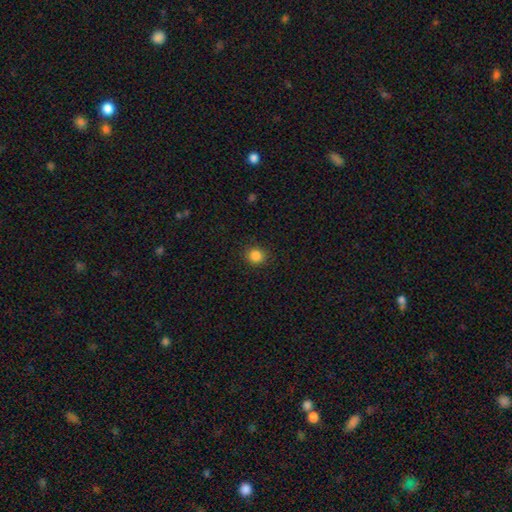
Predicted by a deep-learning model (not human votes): Smooth or featured? smooth (85%)
How rounded? round (86%)
Merging? none (91%)